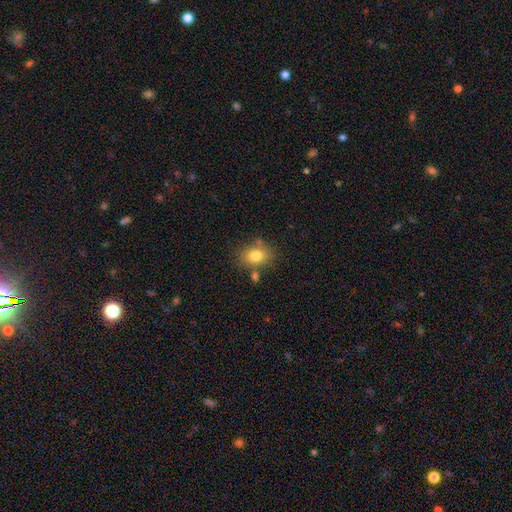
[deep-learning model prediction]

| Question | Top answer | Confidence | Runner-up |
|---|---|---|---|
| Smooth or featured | smooth | 80% | featured or disk (11%) |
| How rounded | in between | 69% | round (29%) |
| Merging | none | 69% | minor disturbance (16%) |